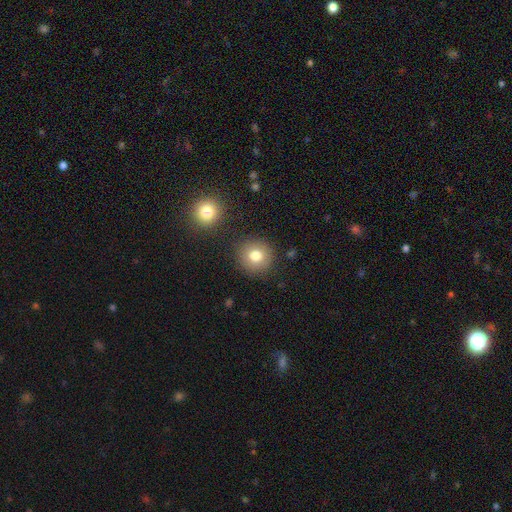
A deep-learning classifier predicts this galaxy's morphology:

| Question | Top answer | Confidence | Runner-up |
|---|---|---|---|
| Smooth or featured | smooth | 78% | star or artifact (11%) |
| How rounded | round | 91% | in between (8%) |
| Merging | none | 86% | minor disturbance (7%) |